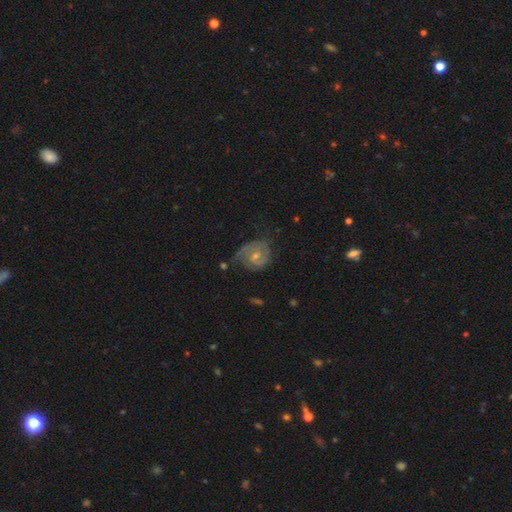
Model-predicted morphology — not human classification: Smooth or featured?
  - featured or disk: 71% *
  - smooth: 22%
  - star or artifact: 7%
Edge-on disk?
  - no: 98% *
  - yes: 2%
Bar?
  - no: 52% *
  - weak: 41%
  - strong: 7%
Spiral arms?
  - yes: 88% *
  - no: 12%
Spiral winding?
  - tight: 49% *
  - medium: 37%
  - loose: 14%
Spiral arm count?
  - 2: 51% *
  - can't tell: 23%
  - 1: 14%
  - 3: 8%
  - 4: 2%
  - more than 4: 2%
Bulge size?
  - small: 56% *
  - moderate: 39%
  - none: 3%
  - large: 2%
  - dominant: 1%
Merging?
  - none: 50% *
  - minor disturbance: 29%
  - major disturbance: 19%
  - merger: 3%